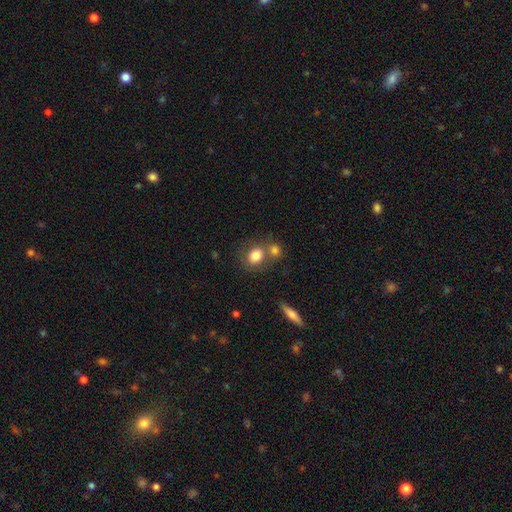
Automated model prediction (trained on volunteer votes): This is clearly a smooth galaxy (81%). How rounded: likely round (62%). Merging: possibly none (51%).